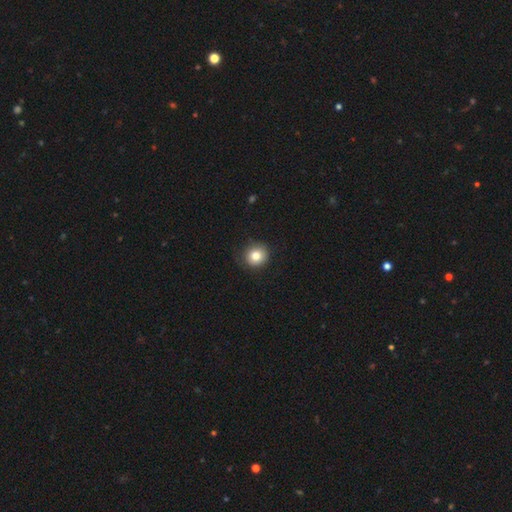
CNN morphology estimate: The model was most divided on "smooth or featured": smooth: 81%, star or artifact: 10%, featured or disk: 9%. More confident: how rounded — round (90%); merging — none (85%).